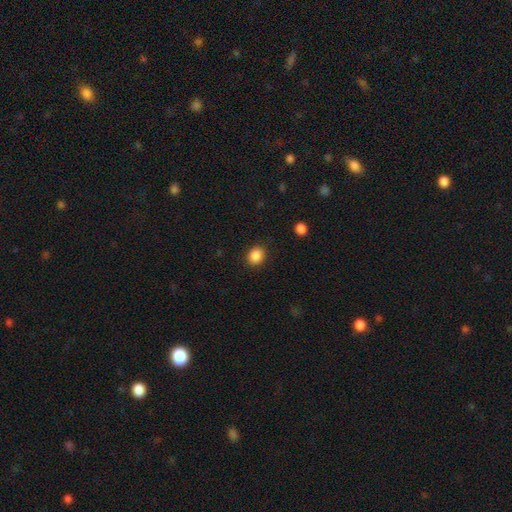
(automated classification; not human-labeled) Smooth or featured? Predicted: smooth (p=0.87). How rounded? Predicted: round (p=0.67). Merging? Predicted: none (p=0.87).